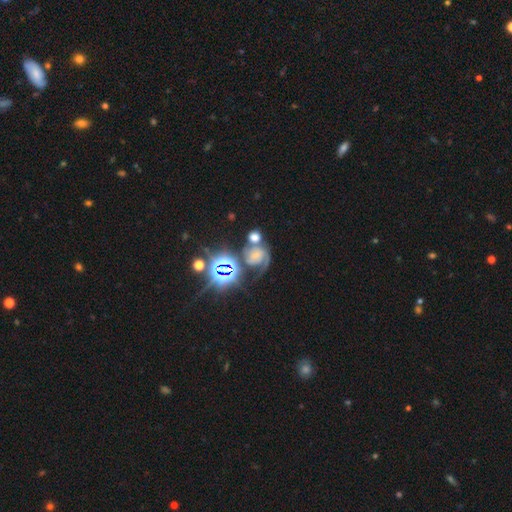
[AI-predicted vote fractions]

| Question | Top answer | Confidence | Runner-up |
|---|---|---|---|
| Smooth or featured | featured or disk | 52% | star or artifact (26%) |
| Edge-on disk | no | 97% | yes (3%) |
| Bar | no | 67% | weak (22%) |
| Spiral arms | yes | 86% | no (14%) |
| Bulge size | small | 46% | moderate (23%) |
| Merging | none | 33% | merger (30%) |